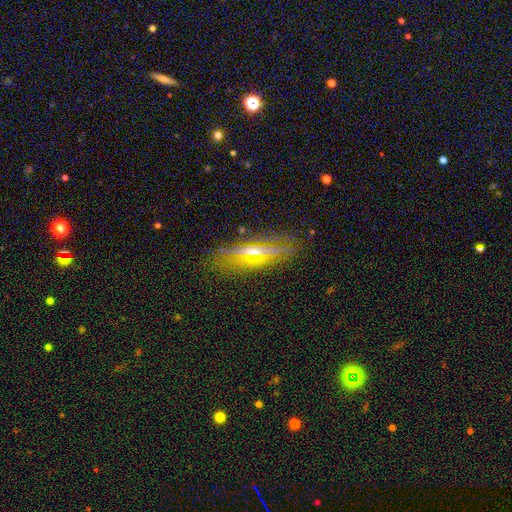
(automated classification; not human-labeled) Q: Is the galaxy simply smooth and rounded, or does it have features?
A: featured or disk — 60%.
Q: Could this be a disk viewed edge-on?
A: yes — 82%.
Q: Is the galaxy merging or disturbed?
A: none — 84%.